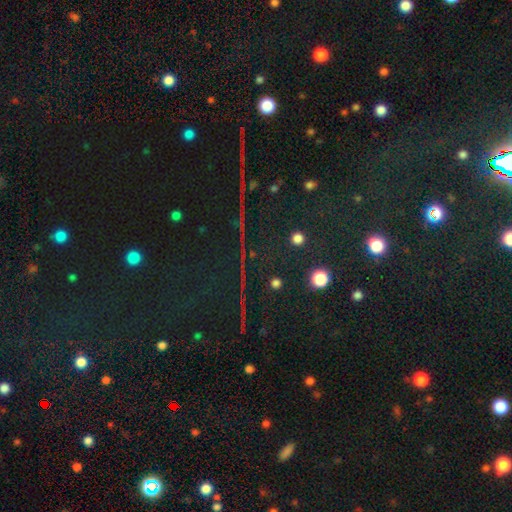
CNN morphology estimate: Smooth or featured?
  - star or artifact: 78% *
  - smooth: 12%
  - featured or disk: 10%